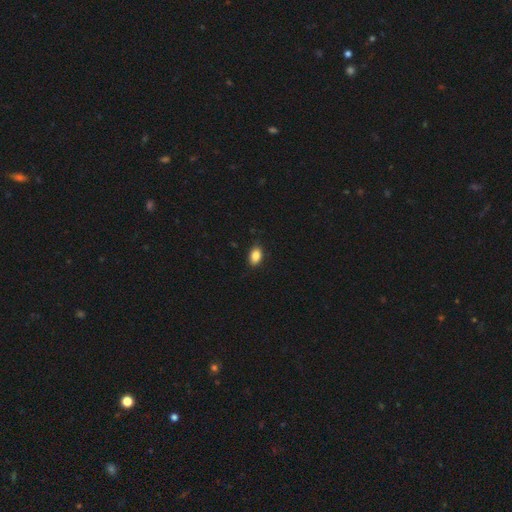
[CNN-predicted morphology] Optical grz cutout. It shows a smooth galaxy with no disk features (87%) that is in between round and cigar-shaped (89%). Merging: none (85%).